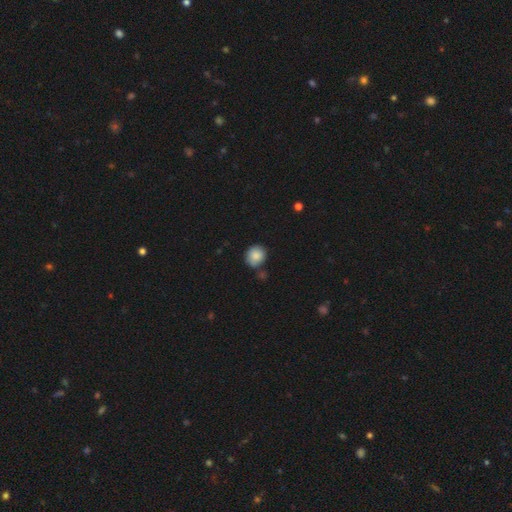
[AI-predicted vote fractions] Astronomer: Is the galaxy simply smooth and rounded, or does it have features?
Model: smooth — 87%.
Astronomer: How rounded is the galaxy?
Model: round — 84%.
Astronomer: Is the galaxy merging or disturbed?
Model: none — 69%.